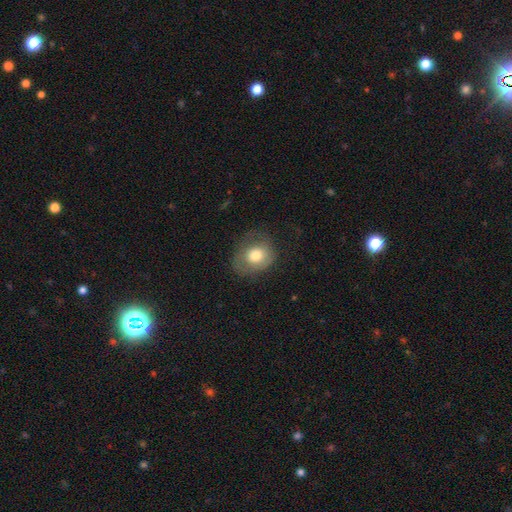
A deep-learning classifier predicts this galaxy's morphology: type=smooth (71%); roundness=round (59%); merging=none (59%).